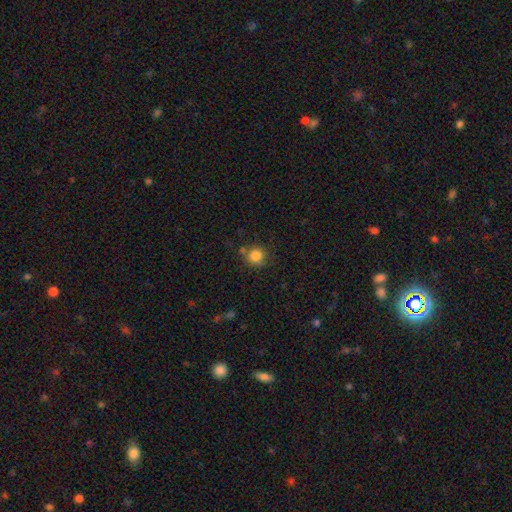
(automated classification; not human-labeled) A smooth galaxy with no disk features (84%) that is round (90%).

Vote fractions:
- Smooth or featured? smooth: 84% / star or artifact: 11% / featured or disk: 5%
- How rounded? round: 90% / in between: 9% / cigar-shaped: 1%
- Merging? none: 74% / minor disturbance: 15% / merger: 7% / major disturbance: 4%